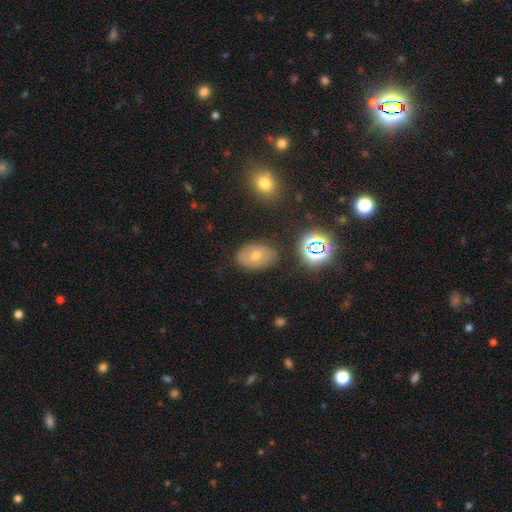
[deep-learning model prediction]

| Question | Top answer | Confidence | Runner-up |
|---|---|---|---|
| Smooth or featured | smooth | 58% | featured or disk (26%) |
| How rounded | in between | 80% | round (18%) |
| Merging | none | 80% | minor disturbance (14%) |